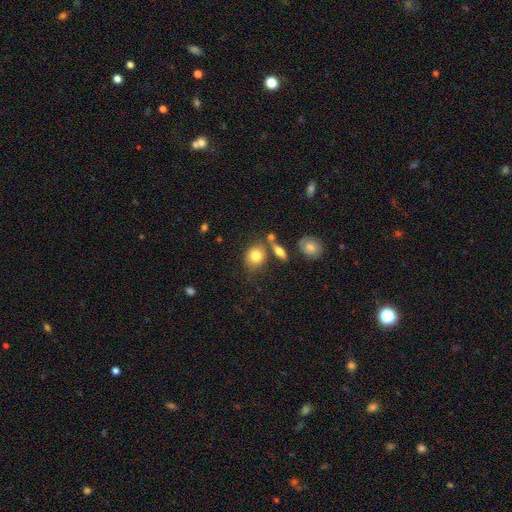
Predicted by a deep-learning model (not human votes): A smooth galaxy with no disk features (80%) that is round (60%). Merging: none (64%).